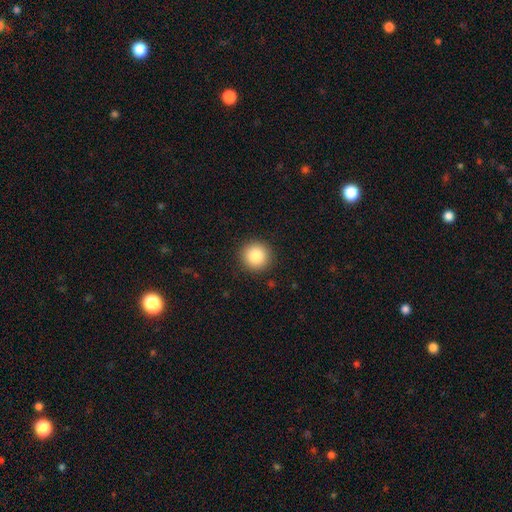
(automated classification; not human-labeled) Smooth or featured? Predicted: smooth (p=0.86). How rounded? Predicted: round (p=0.95). Merging? Predicted: none (p=0.91).